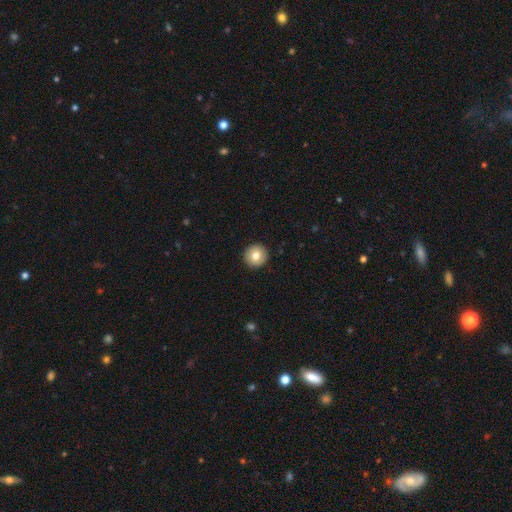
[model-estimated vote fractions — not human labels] This appears to be a smooth galaxy with no disk features (80%) that is round (95%). Merging: none (93%).